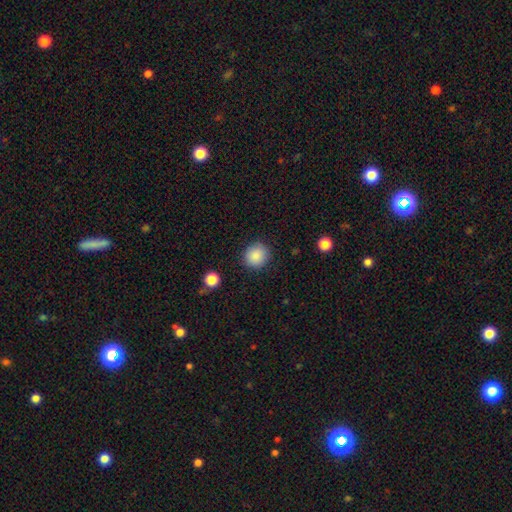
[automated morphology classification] smooth_or_featured: smooth (p=0.87) [alt: star or artifact p=0.09]
how_rounded: round (p=0.85) [alt: in between p=0.14]
merging: none (p=0.88) [alt: minor disturbance p=0.08]